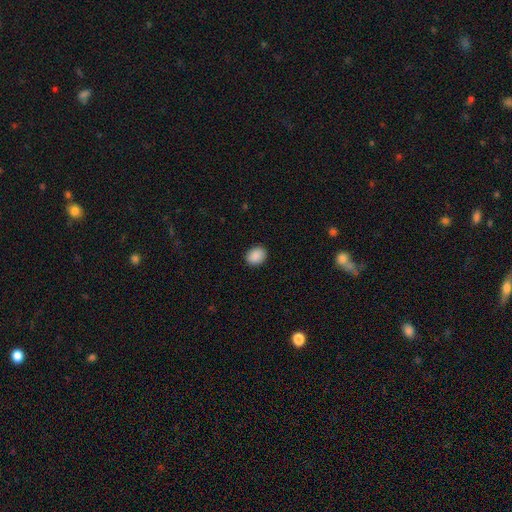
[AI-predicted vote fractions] This appears to be a smooth galaxy with no disk features (90%) that is in between round and cigar-shaped (54%). Merging: none (89%).